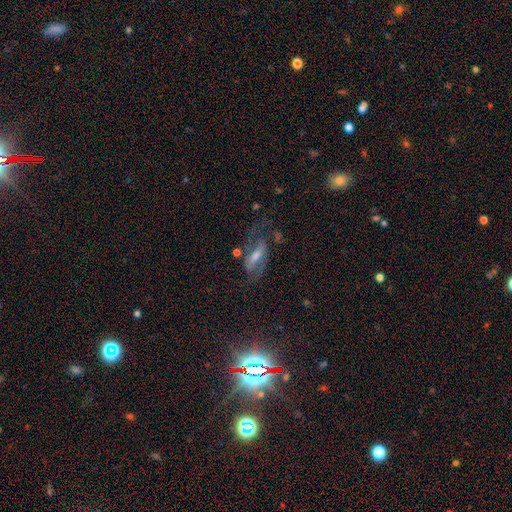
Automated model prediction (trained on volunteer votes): Q: Smooth or featured?
A: featured or disk (70%); runner-up: smooth (16%)
Q: Edge-on disk?
A: no (87%); runner-up: yes (13%)
Q: Bar?
A: strong (44%); runner-up: weak (36%)
Q: Spiral arms?
A: yes (85%); runner-up: no (15%)
Q: Spiral winding?
A: medium (47%); runner-up: loose (33%)
Q: Spiral arm count?
A: 2 (83%); runner-up: can't tell (9%)
Q: Bulge size?
A: moderate (50%); runner-up: small (36%)
Q: Merging?
A: none (61%); runner-up: major disturbance (18%)